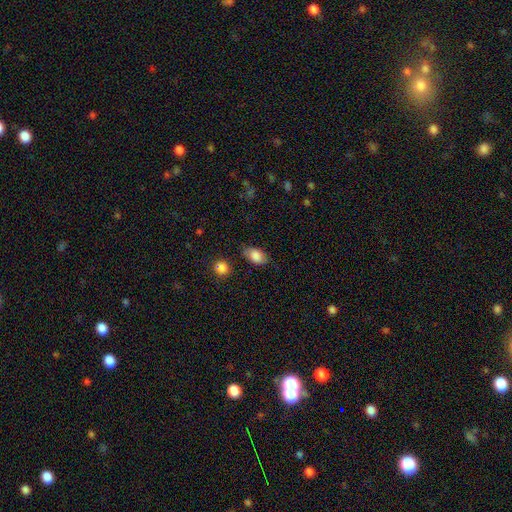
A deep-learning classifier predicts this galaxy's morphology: smooth_or_featured: smooth (p=0.84) [alt: featured or disk p=0.08]
how_rounded: in between (p=0.89) [alt: round p=0.09]
merging: none (p=0.75) [alt: minor disturbance p=0.18]